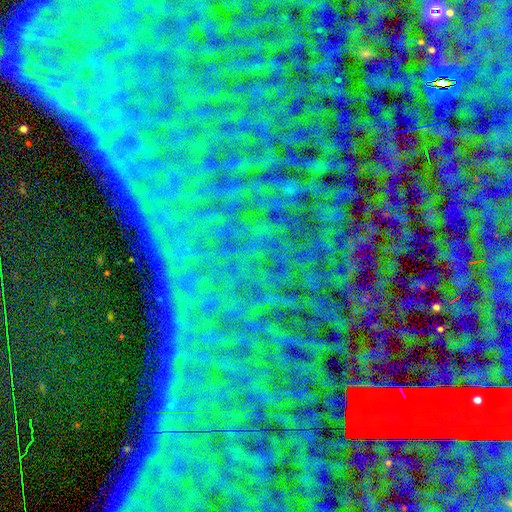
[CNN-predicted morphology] Smooth or featured: star or artifact — 87% (featured or disk — 7%)